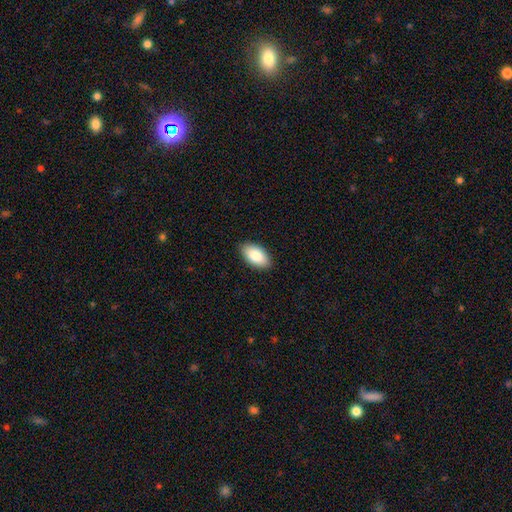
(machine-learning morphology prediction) This appears to be a smooth galaxy with no disk features (86%) that is in between round and cigar-shaped (95%). Merging: none (89%).